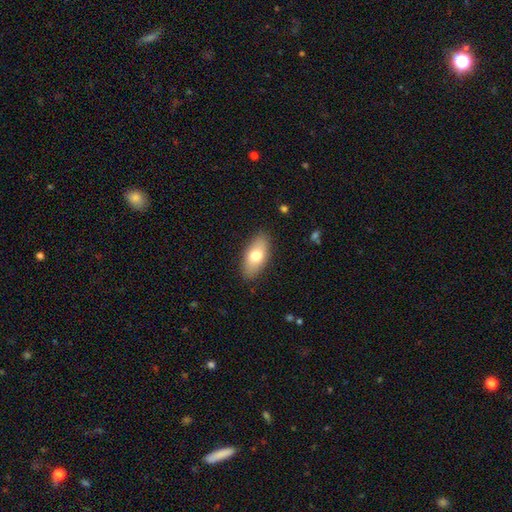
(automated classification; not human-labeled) smooth 72%, featured or disk 21%, star or artifact 6%. Down the decision tree: how rounded — in between (89%); merging — none (86%).